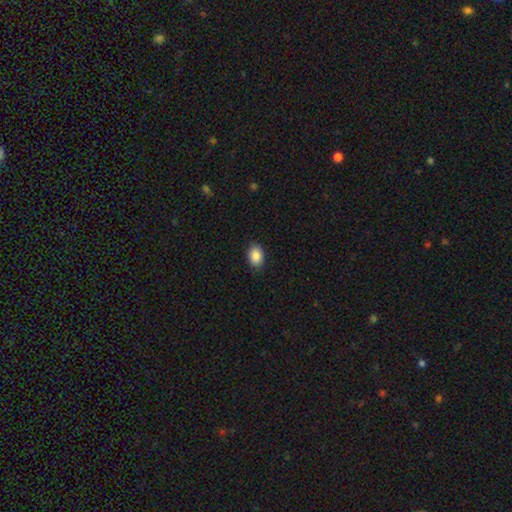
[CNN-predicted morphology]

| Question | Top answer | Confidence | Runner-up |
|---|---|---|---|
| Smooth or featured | smooth | 88% | star or artifact (8%) |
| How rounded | in between | 80% | round (19%) |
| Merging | none | 87% | minor disturbance (10%) |